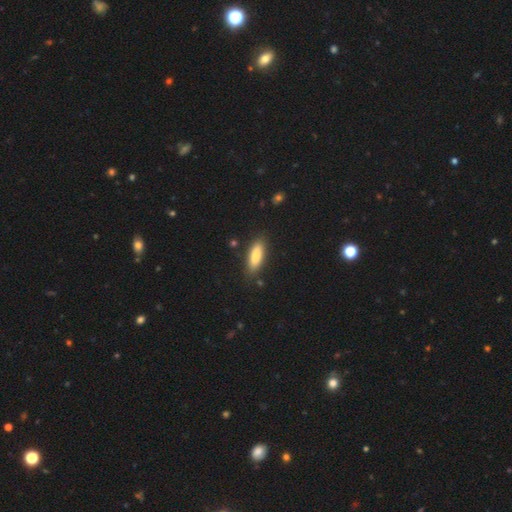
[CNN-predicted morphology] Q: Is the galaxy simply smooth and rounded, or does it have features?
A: smooth — 84%.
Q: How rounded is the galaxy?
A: in between — 59%.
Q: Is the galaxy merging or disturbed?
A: none — 84%.